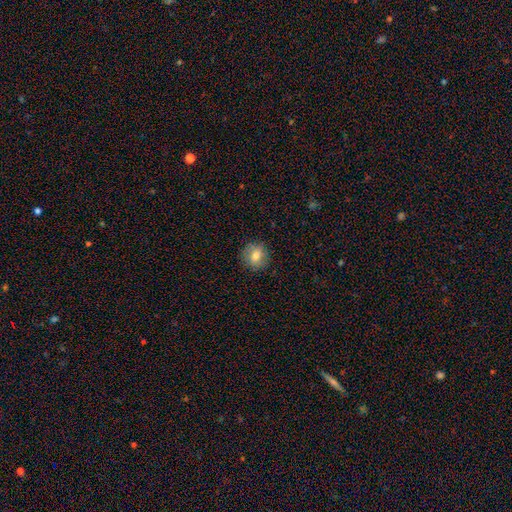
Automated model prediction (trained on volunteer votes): Smooth or featured? smooth (76%)
How rounded? round (85%)
Merging? none (87%)